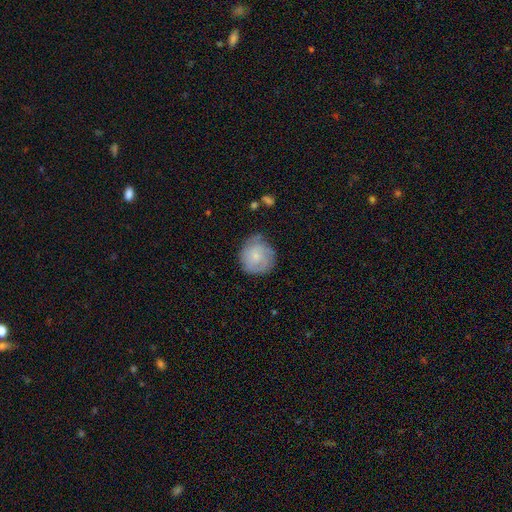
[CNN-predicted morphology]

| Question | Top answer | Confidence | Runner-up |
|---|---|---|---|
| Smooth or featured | smooth | 67% | featured or disk (26%) |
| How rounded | round | 89% | in between (10%) |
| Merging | none | 61% | minor disturbance (29%) |